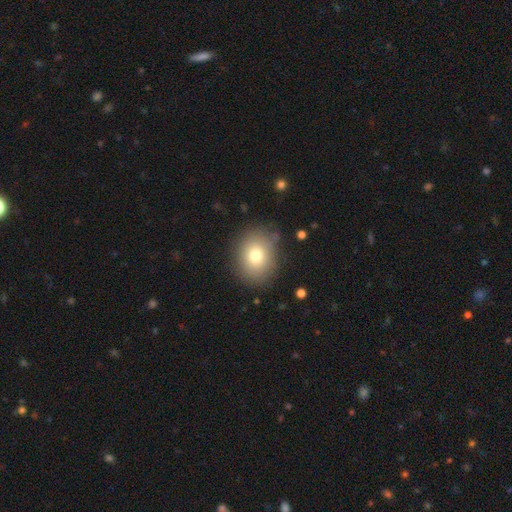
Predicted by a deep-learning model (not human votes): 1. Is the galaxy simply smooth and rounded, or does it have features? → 76% smooth, 13% featured or disk, 11% star or artifact.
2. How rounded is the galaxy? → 57% round, 42% in between, 1% cigar-shaped.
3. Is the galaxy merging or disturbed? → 83% none, 12% minor disturbance, 4% major disturbance, 2% merger.